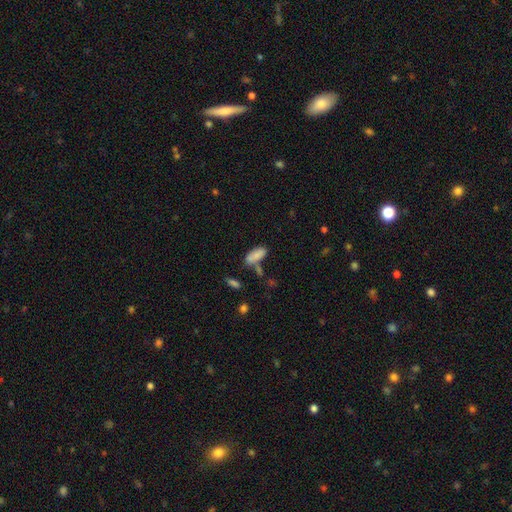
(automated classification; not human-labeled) Q: Smooth or featured?
A: smooth (82%); runner-up: featured or disk (10%)
Q: How rounded?
A: in between (81%); runner-up: cigar-shaped (16%)
Q: Merging?
A: none (53%); runner-up: merger (21%)